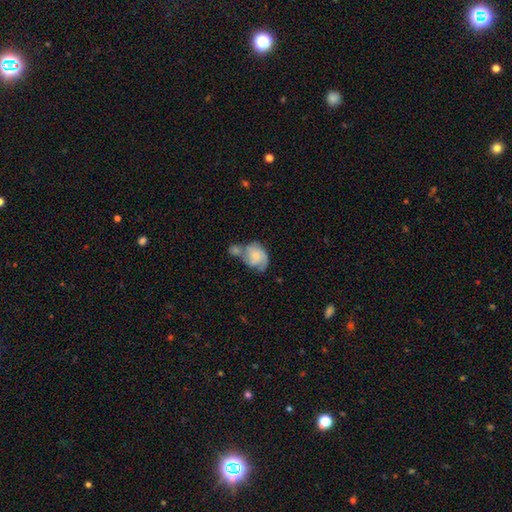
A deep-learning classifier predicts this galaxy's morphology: A featured or disk galaxy (52%) with no bar (74%), spiral arms (78%) and a small central bulge (53%). Merging: merger (48%).